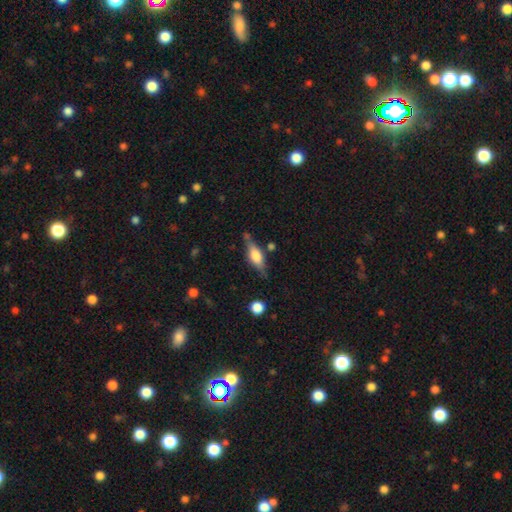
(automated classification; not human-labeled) Smooth or featured? Predicted: smooth (p=0.48). Merging? Predicted: none (p=0.71).